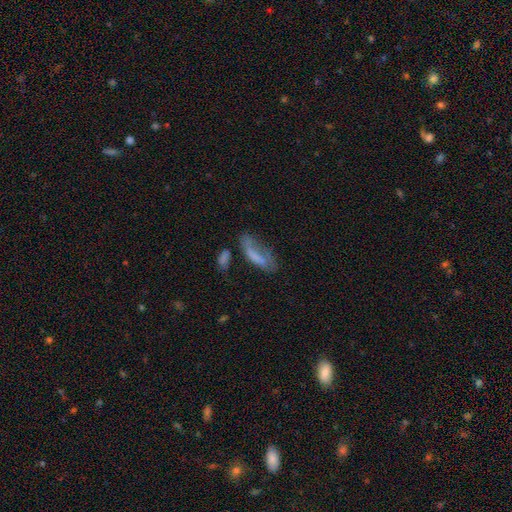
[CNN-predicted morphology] Smooth or featured? Predicted: smooth (p=0.56). How rounded? Predicted: in between (p=0.58). Merging? Predicted: none (p=0.36).